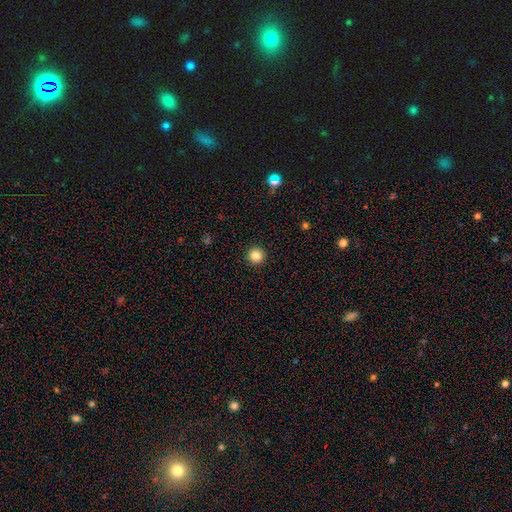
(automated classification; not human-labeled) Smooth or featured: smooth — 85% (star or artifact — 11%)
How rounded: round — 96% (in between — 3%)
Merging: none — 94% (minor disturbance — 4%)